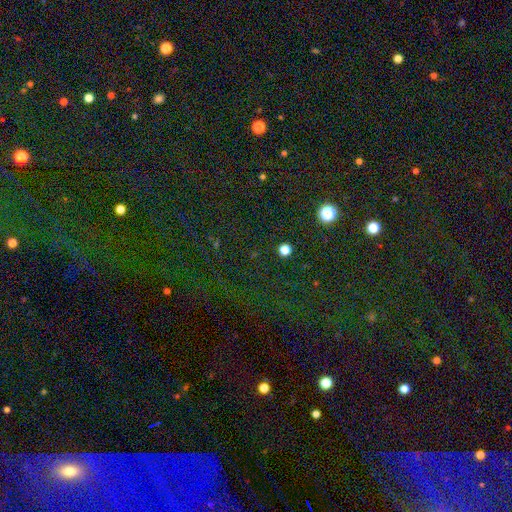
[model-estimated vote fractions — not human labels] Smooth or featured: star or artifact — 75% (smooth — 17%)